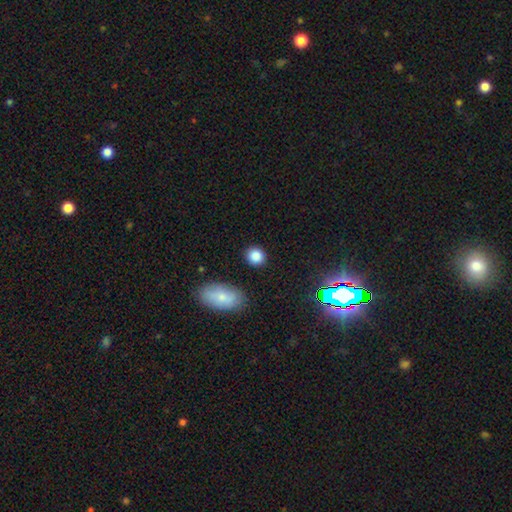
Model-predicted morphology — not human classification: smooth_or_featured: smooth (p=0.85) [alt: star or artifact p=0.10]
how_rounded: round (p=0.77) [alt: in between p=0.22]
merging: none (p=0.88) [alt: minor disturbance p=0.08]